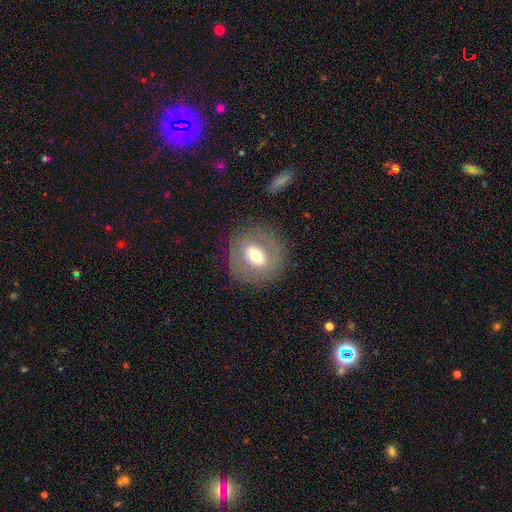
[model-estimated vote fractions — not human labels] A smooth galaxy with no disk features (50%) that is round (78%). Merging: none (83%).